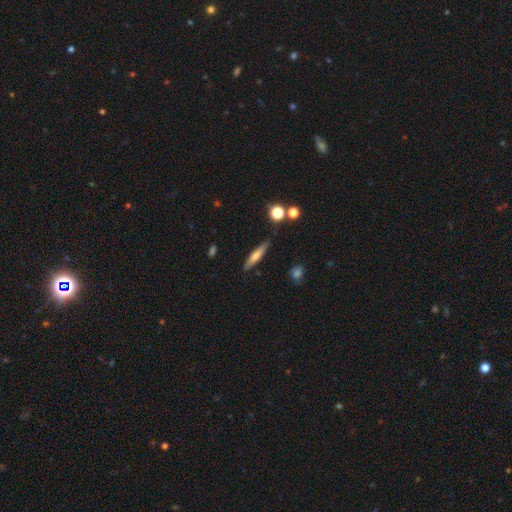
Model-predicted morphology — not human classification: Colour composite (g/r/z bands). It shows a smooth galaxy with no disk features (59%) that is cigar-shaped (85%). Merging: none (84%).